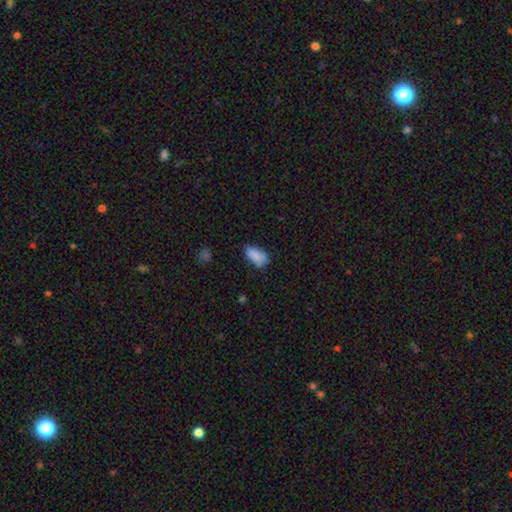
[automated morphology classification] Smooth or featured: smooth — 83% (star or artifact — 9%)
How rounded: in between — 91% (round — 5%)
Merging: none — 57% (minor disturbance — 32%)